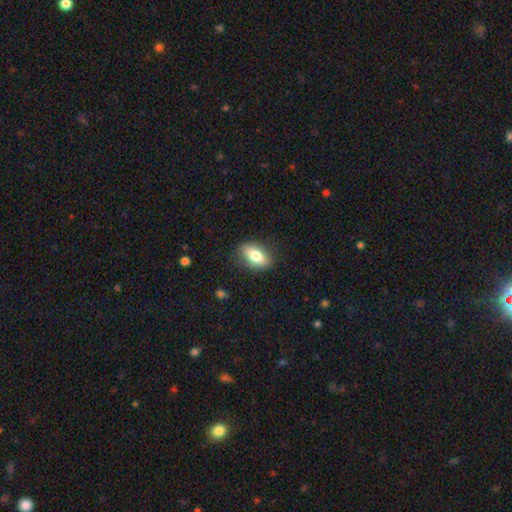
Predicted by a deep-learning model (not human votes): Smooth or featured? smooth (75%)
How rounded? in between (86%)
Merging? none (83%)